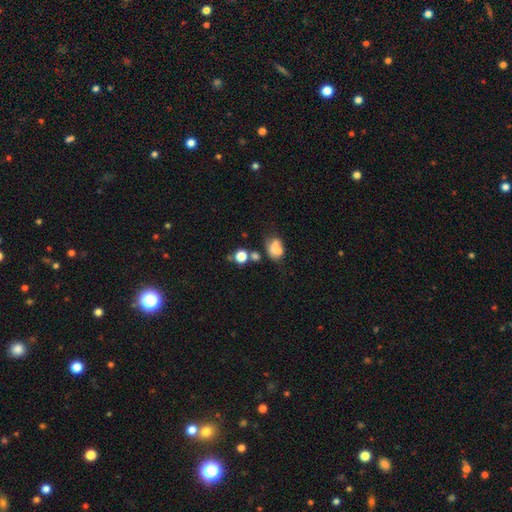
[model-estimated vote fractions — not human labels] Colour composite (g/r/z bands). It shows a smooth galaxy with no disk features (46%). Merging: none (57%).